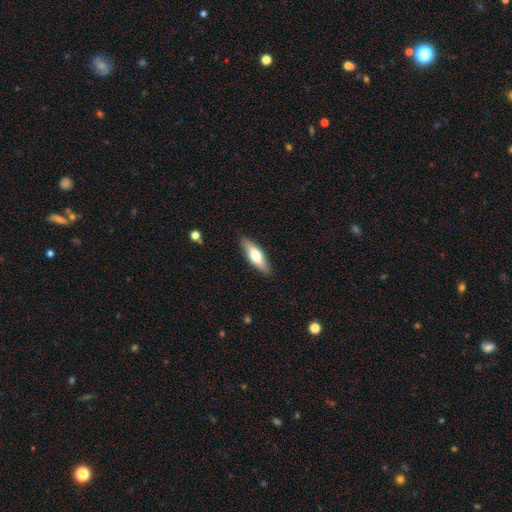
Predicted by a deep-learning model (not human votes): smooth_or_featured: smooth (p=0.61) [alt: featured or disk p=0.33]
how_rounded: in between (p=0.53) [alt: cigar-shaped p=0.45]
merging: none (p=0.87) [alt: minor disturbance p=0.10]